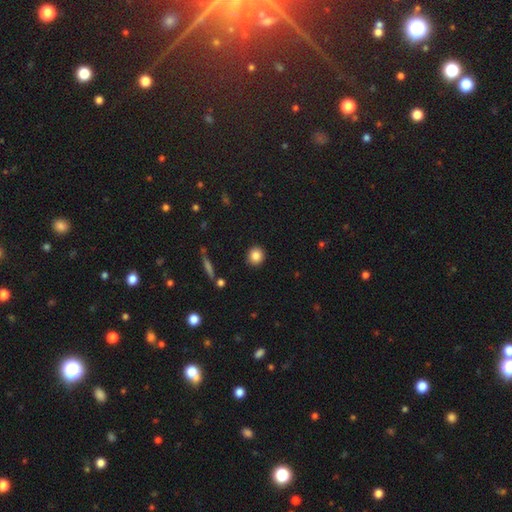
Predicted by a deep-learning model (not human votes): Overall: smooth (85%). How rounded: round (88%). Merging: none (91%).